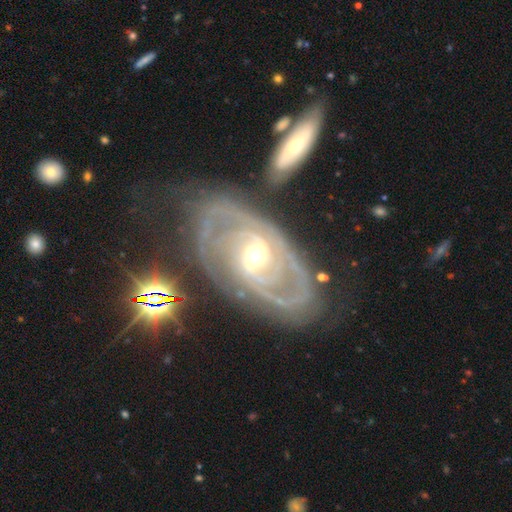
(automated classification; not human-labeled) Smooth or featured? featured or disk (89%)
Edge-on disk? no (95%)
Bar? no (42%)
Spiral arms? yes (95%)
Spiral winding? tight (61%)
Spiral arm count? 2 (47%)
Bulge size? moderate (63%)
Merging? none (65%)